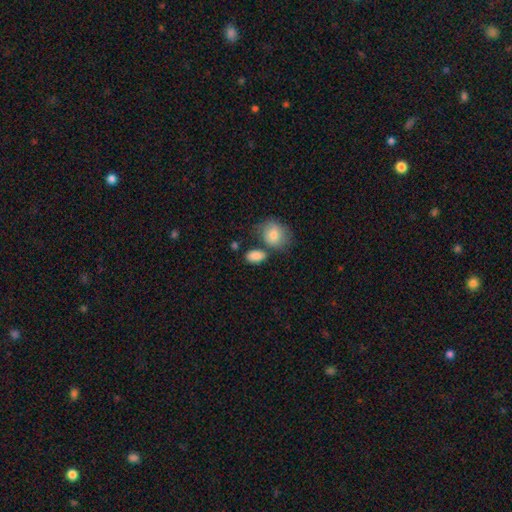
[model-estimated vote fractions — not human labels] The model was most divided on "merging": none: 60%, merger: 18%, minor disturbance: 17%, major disturbance: 5%. More confident: how rounded — in between (87%); smooth or featured — smooth (86%).